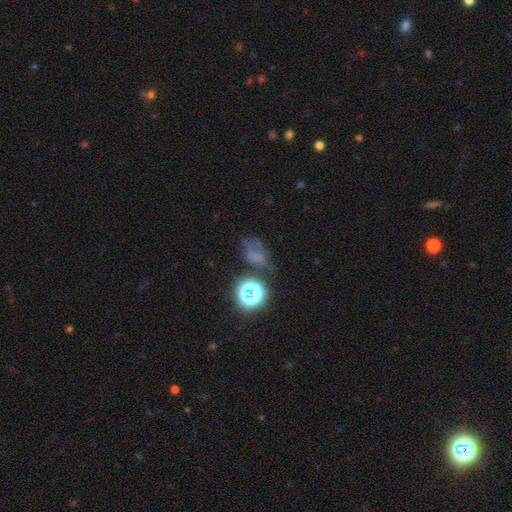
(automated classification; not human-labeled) This is marginally a star or artifact rather than a galaxy (38%).